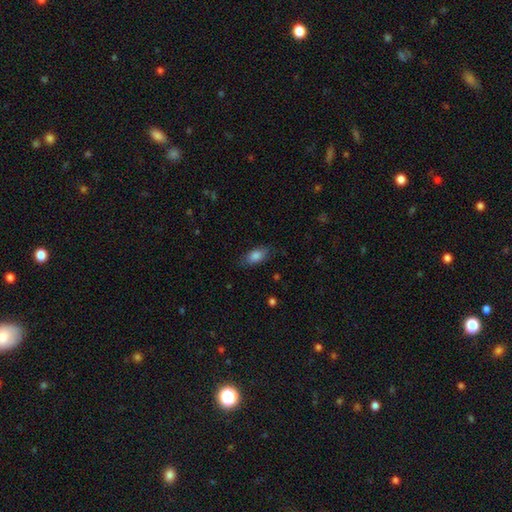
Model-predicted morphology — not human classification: type=smooth (83%); roundness=in between (88%); merging=none (79%).